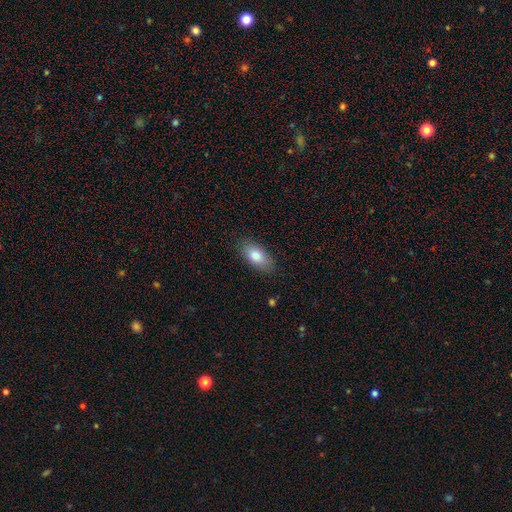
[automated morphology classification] This is clearly a smooth galaxy (82%). How rounded: clearly in between (91%). Merging: clearly none (84%).